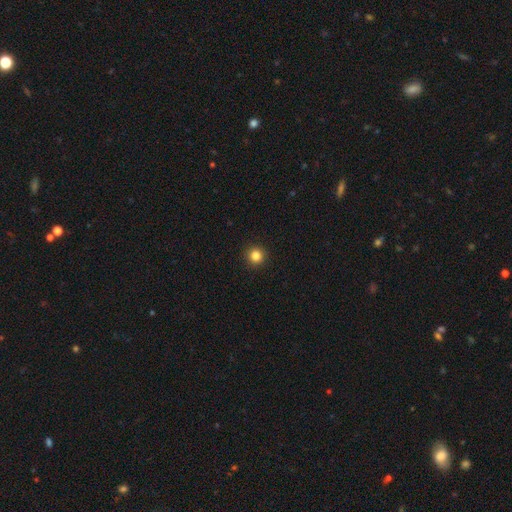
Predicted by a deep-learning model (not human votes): smooth 84%, star or artifact 12%, featured or disk 4%. Down the decision tree: how rounded — round (95%); merging — none (93%).